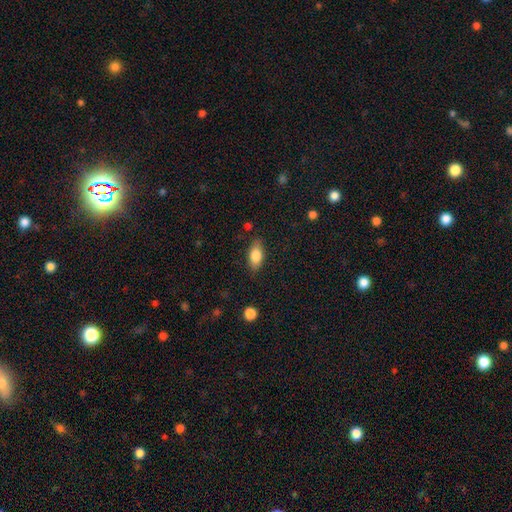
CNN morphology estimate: type=smooth (79%); roundness=in between (85%); merging=none (82%).